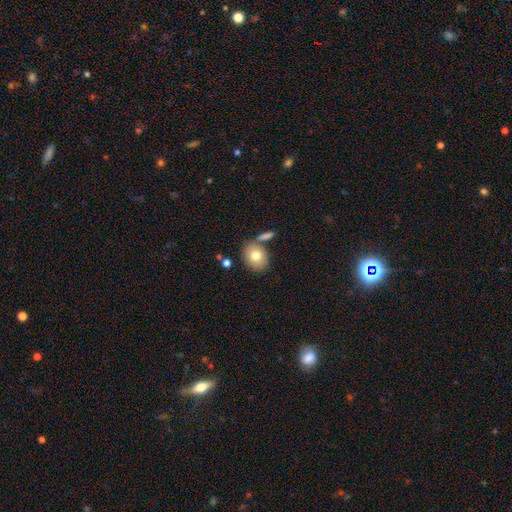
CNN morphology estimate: smooth 76%, featured or disk 15%, star or artifact 9%. Down the decision tree: how rounded — in between (50%); merging — none (71%).